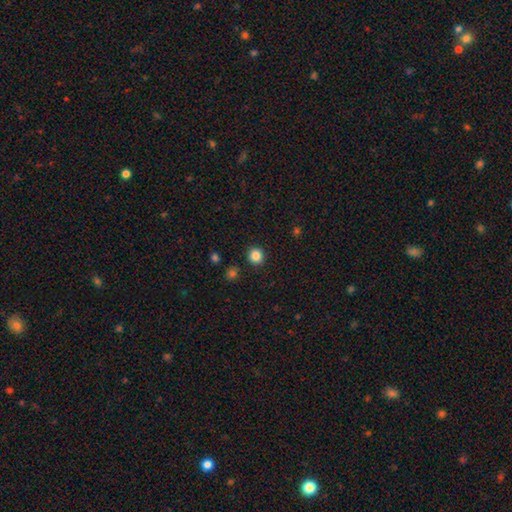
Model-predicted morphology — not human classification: Smooth or featured: smooth — 85% (star or artifact — 12%)
How rounded: round — 91% (in between — 8%)
Merging: none — 91% (minor disturbance — 5%)